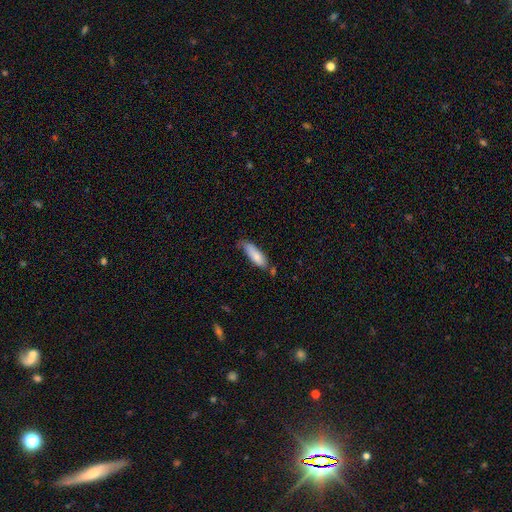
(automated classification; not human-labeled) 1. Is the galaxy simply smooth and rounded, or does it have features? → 83% smooth, 11% featured or disk, 6% star or artifact.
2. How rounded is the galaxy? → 50% cigar-shaped, 49% in between, 2% round.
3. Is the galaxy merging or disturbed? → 52% none, 33% minor disturbance, 8% merger, 7% major disturbance.